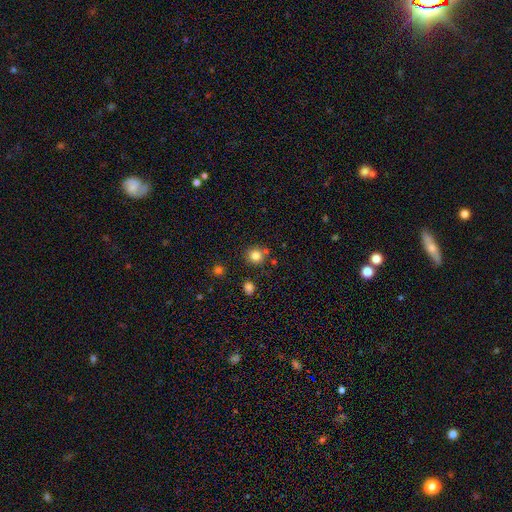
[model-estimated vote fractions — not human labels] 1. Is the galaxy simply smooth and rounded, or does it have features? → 83% smooth, 12% star or artifact, 5% featured or disk.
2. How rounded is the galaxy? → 92% round, 7% in between, 1% cigar-shaped.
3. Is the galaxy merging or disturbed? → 80% none, 9% minor disturbance, 8% merger, 3% major disturbance.